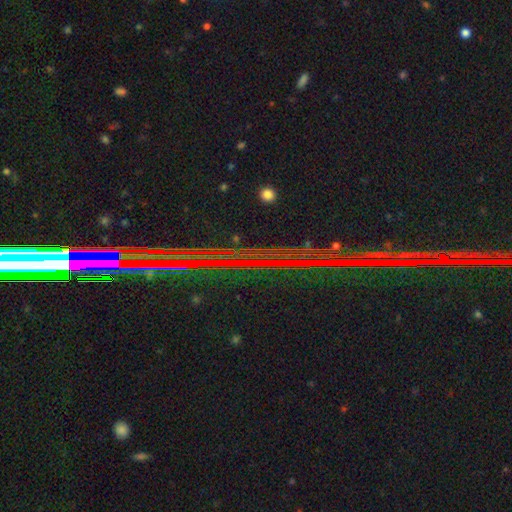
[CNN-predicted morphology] Smooth or featured?
  - star or artifact: 84% *
  - featured or disk: 9%
  - smooth: 7%